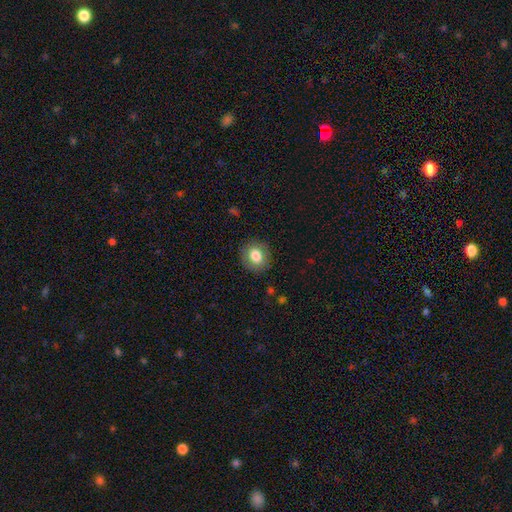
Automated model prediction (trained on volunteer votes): Smooth or featured? Predicted: smooth (p=0.80). How rounded? Predicted: round (p=0.70). Merging? Predicted: none (p=0.87).